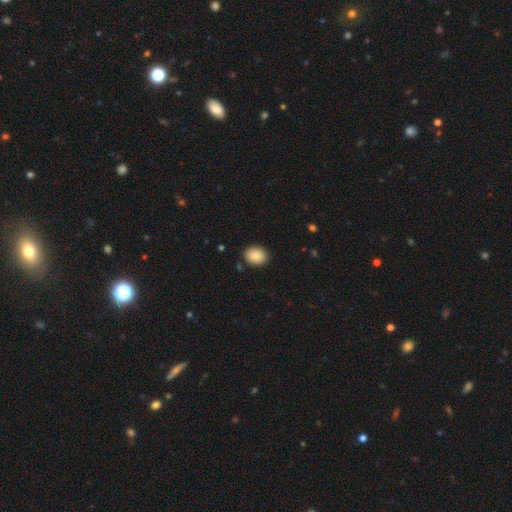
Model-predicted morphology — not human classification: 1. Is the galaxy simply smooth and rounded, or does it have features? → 89% smooth, 7% star or artifact, 4% featured or disk.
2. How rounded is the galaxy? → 53% in between, 46% round, 1% cigar-shaped.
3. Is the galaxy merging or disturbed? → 88% none, 8% minor disturbance, 2% major disturbance, 1% merger.